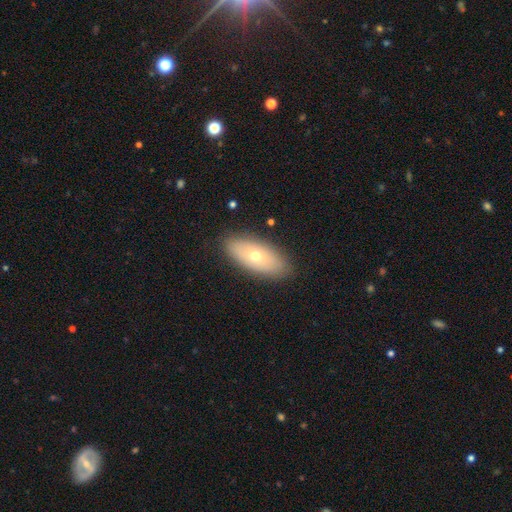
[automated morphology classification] This is likely a smooth galaxy (61%). How rounded: clearly in between (86%). Merging: clearly none (88%).